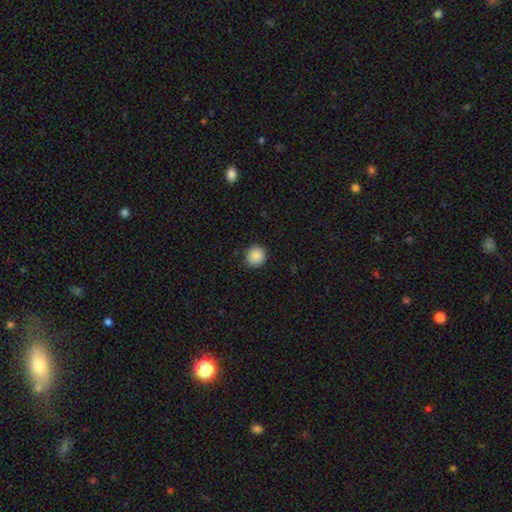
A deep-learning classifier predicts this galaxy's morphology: Smooth or featured?
  - smooth: 88% *
  - star or artifact: 9%
  - featured or disk: 3%
How rounded?
  - round: 93% *
  - in between: 7%
  - cigar-shaped: 1%
Merging?
  - none: 89% *
  - minor disturbance: 8%
  - major disturbance: 2%
  - merger: 1%